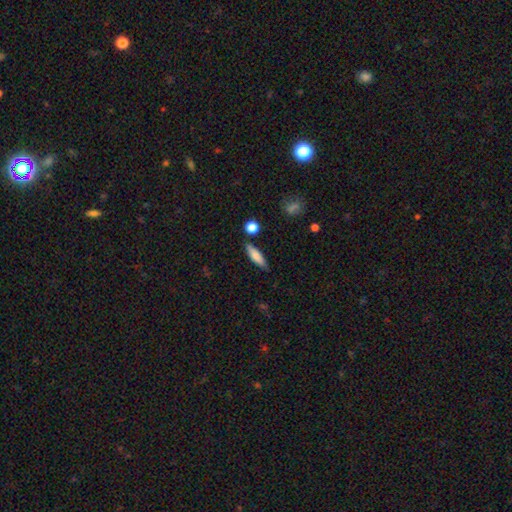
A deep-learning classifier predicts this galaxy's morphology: A smooth galaxy with no disk features (77%) that is cigar-shaped (62%). Merging: none (81%).